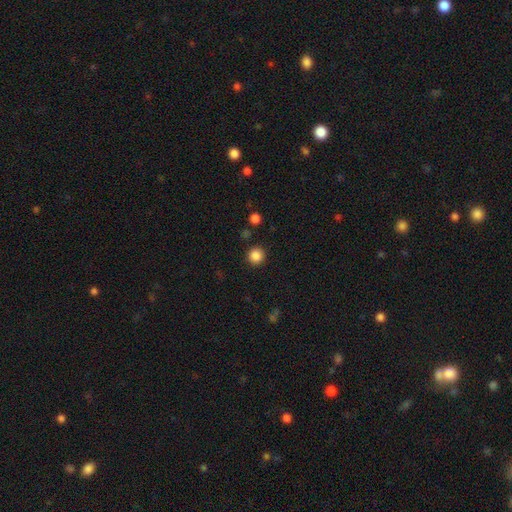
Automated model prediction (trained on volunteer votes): Q: Smooth or featured?
A: smooth (86%); runner-up: star or artifact (11%)
Q: How rounded?
A: round (94%); runner-up: in between (5%)
Q: Merging?
A: none (90%); runner-up: minor disturbance (6%)